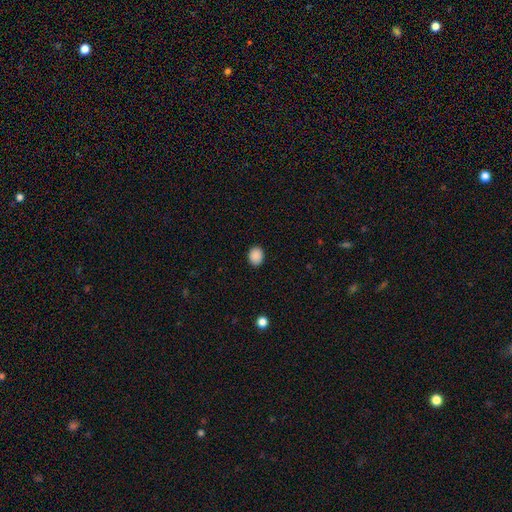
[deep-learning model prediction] smooth_or_featured: smooth (p=0.89) [alt: star or artifact p=0.09]
how_rounded: round (p=0.56) [alt: in between p=0.44]
merging: none (p=0.90) [alt: minor disturbance p=0.07]